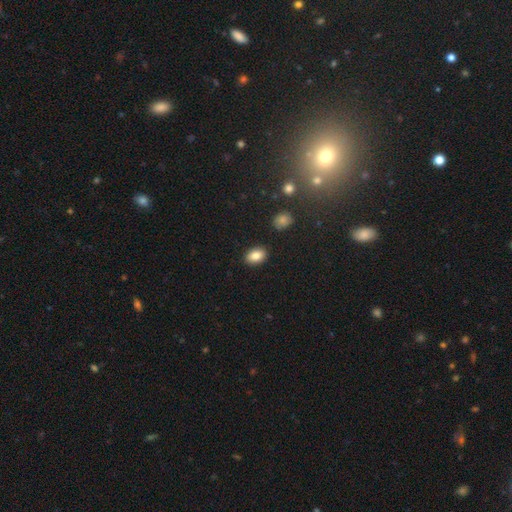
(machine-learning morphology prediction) smooth 84%, star or artifact 8%, featured or disk 7%. Down the decision tree: how rounded — in between (85%); merging — none (88%).